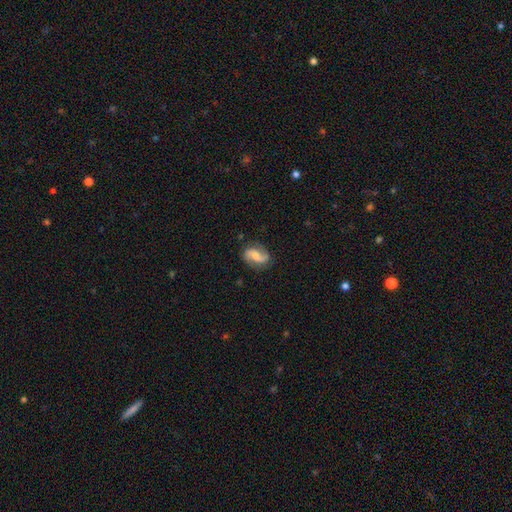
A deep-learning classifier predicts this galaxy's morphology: Smooth or featured: featured or disk — 74% (smooth — 19%)
Edge-on disk: no — 97% (yes — 3%)
Bar: weak — 42% (tied with no — 42%)
Spiral arms: yes — 95% (no — 5%)
Spiral winding: loose — 47% (medium — 38%)
Spiral arm count: 2 — 87% (1 — 6%)
Bulge size: small — 34% (tied with moderate — 34%)
Merging: none — 75% (minor disturbance — 17%)